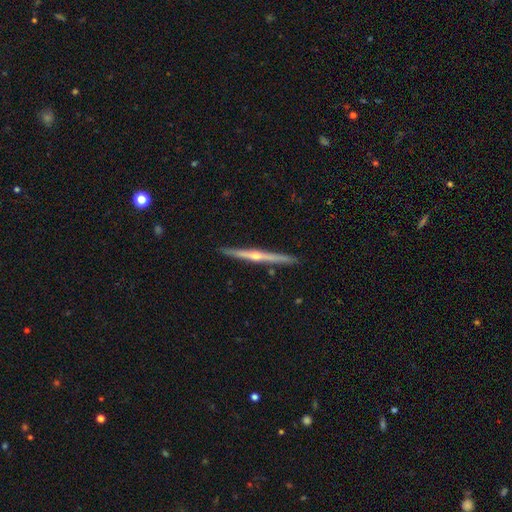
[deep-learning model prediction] Q: Smooth or featured?
A: featured or disk (80%); runner-up: smooth (15%)
Q: Edge-on disk?
A: yes (98%); runner-up: no (2%)
Q: Edge-on bulge?
A: rounded (85%); runner-up: none (12%)
Q: Merging?
A: none (92%); runner-up: minor disturbance (5%)